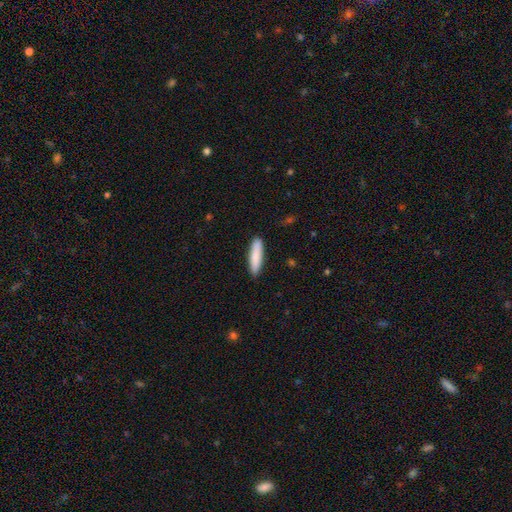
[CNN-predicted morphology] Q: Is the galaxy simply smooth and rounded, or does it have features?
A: smooth — 86%.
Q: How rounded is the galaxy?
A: cigar-shaped — 77%.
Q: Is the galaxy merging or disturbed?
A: none — 89%.